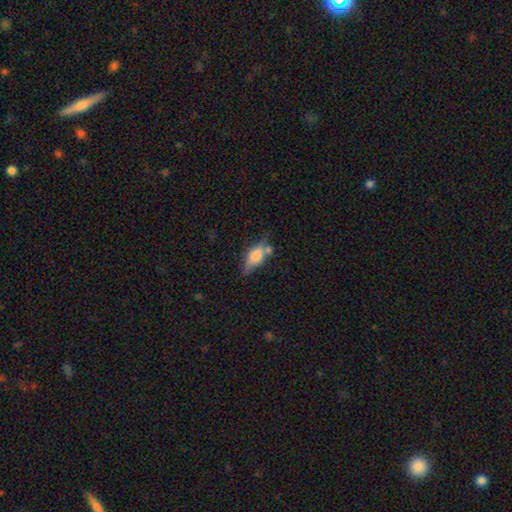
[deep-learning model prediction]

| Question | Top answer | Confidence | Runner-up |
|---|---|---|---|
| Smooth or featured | smooth | 53% | featured or disk (39%) |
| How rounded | in between | 71% | cigar-shaped (24%) |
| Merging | none | 52% | minor disturbance (24%) |